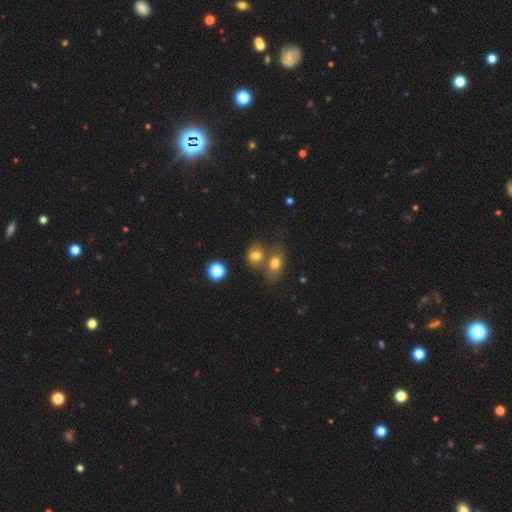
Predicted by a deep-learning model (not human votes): Smooth or featured? smooth (73%)
How rounded? round (53%)
Merging? merger (47%)